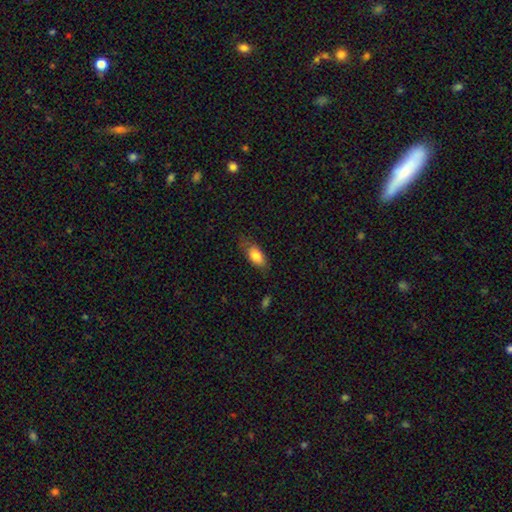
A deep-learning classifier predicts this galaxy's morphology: smooth-or-featured: smooth: 80% | featured or disk: 13% | star or artifact: 7%
  how-rounded: in between: 85% | cigar-shaped: 12% | round: 4%
  merging: none: 67% | minor disturbance: 24% | major disturbance: 7% | merger: 2%